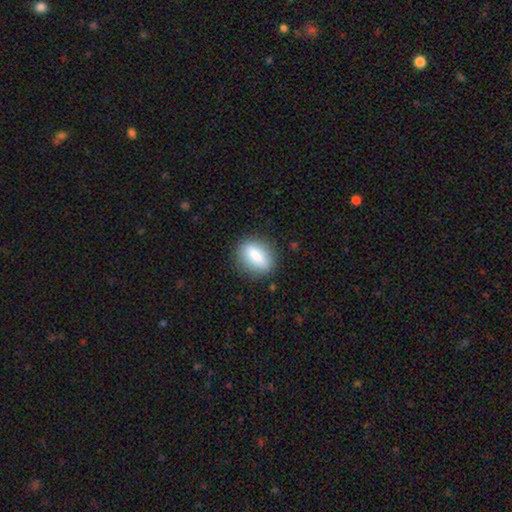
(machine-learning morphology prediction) A smooth galaxy with no disk features (82%) that is in between round and cigar-shaped (75%). Merging: none (83%).